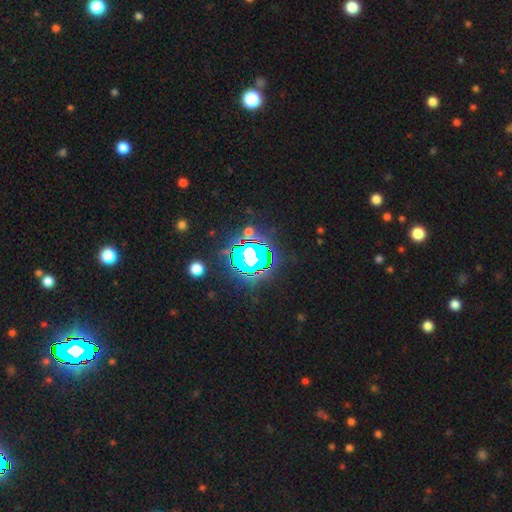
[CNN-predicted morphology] smooth_or_featured: star or artifact (p=0.79) [alt: smooth p=0.13]